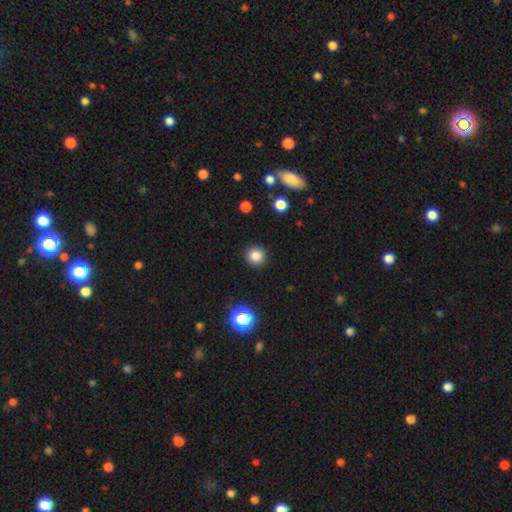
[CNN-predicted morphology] Q: Smooth or featured?
A: smooth (83%); runner-up: star or artifact (12%)
Q: How rounded?
A: round (93%); runner-up: in between (6%)
Q: Merging?
A: none (91%); runner-up: minor disturbance (6%)